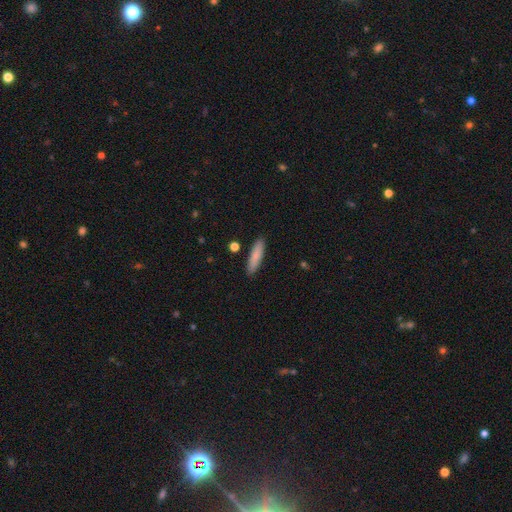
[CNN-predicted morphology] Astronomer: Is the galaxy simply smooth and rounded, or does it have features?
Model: smooth — 82%.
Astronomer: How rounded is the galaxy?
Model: cigar-shaped — 77%.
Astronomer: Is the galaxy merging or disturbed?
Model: none — 89%.